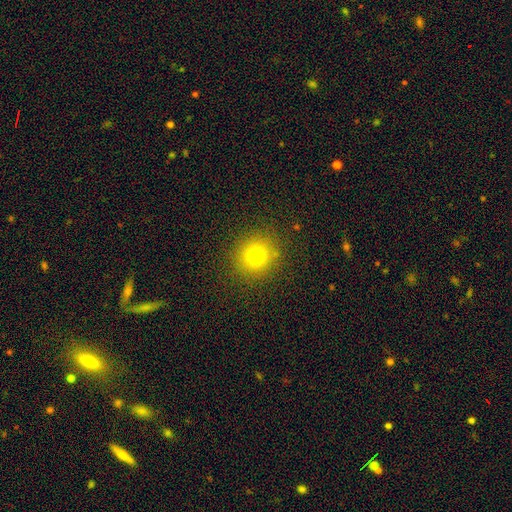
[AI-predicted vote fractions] This appears to be a smooth galaxy with no disk features (74%) that is round (91%). Merging: none (88%).